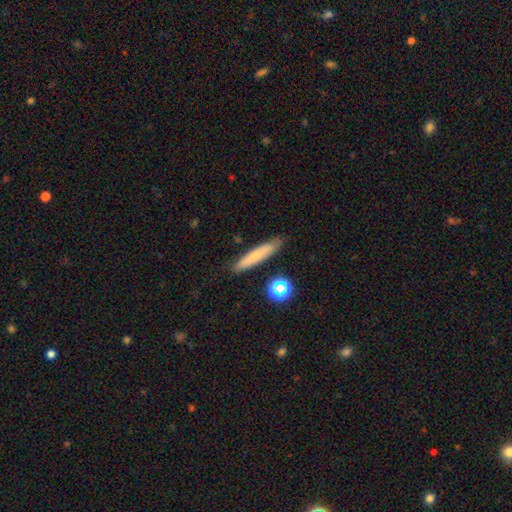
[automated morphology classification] Smooth or featured? smooth (68%)
How rounded? cigar-shaped (89%)
Merging? none (85%)